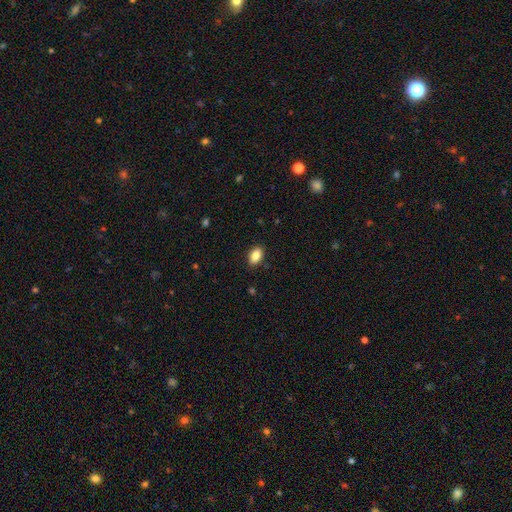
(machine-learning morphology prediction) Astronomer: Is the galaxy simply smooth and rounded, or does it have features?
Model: smooth — 86%.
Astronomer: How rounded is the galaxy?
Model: in between — 89%.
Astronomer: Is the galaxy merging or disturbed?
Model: none — 88%.